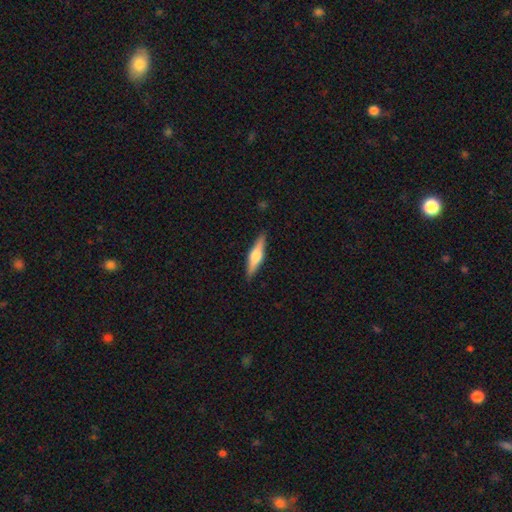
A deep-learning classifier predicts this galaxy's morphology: A featured or disk galaxy (61%) viewed edge-on (97%) with a rounded central bulge (87%). Merging: none (89%).